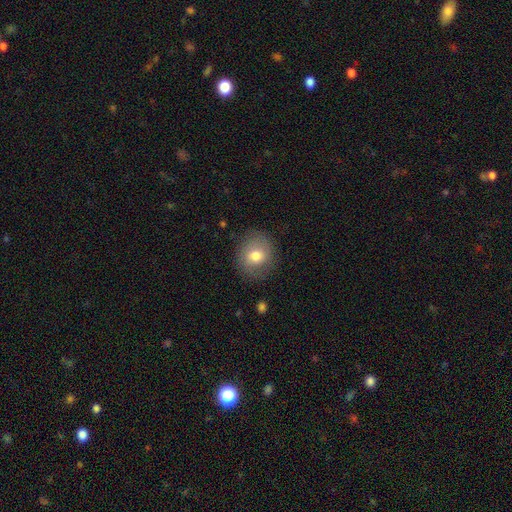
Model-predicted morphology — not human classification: This appears to be a smooth galaxy with no disk features (67%) that is round (81%). Merging: none (81%).